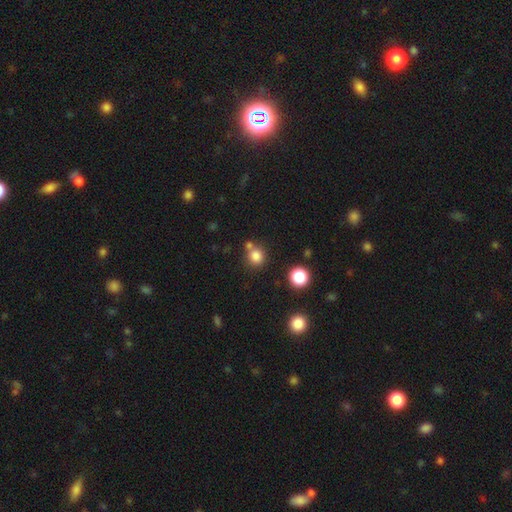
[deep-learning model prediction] Overall: smooth (81%). How rounded: round (86%). Merging: none (66%).